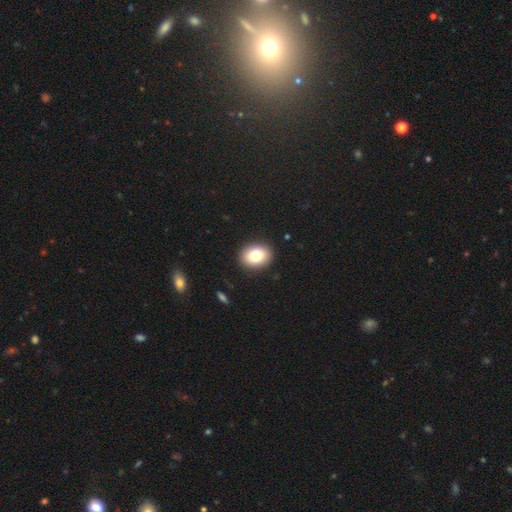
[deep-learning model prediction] Smooth or featured?
  - smooth: 81% *
  - featured or disk: 10%
  - star or artifact: 9%
How rounded?
  - in between: 58% *
  - round: 41%
  - cigar-shaped: 1%
Merging?
  - none: 90% *
  - minor disturbance: 7%
  - major disturbance: 2%
  - merger: 1%